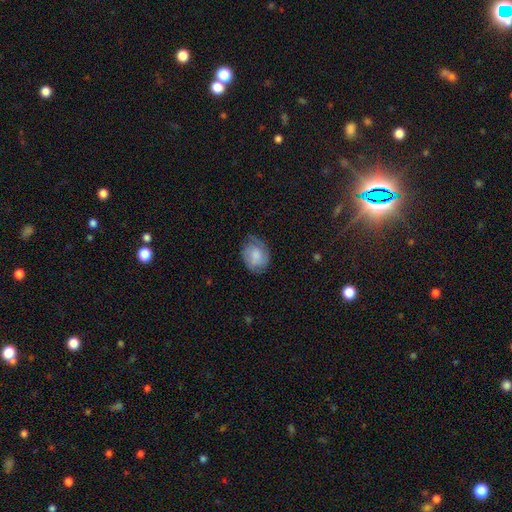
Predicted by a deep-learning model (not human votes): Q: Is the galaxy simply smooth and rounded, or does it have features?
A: smooth — 60%.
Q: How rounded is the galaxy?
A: in between — 55%.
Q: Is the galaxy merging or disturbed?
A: none — 60%.